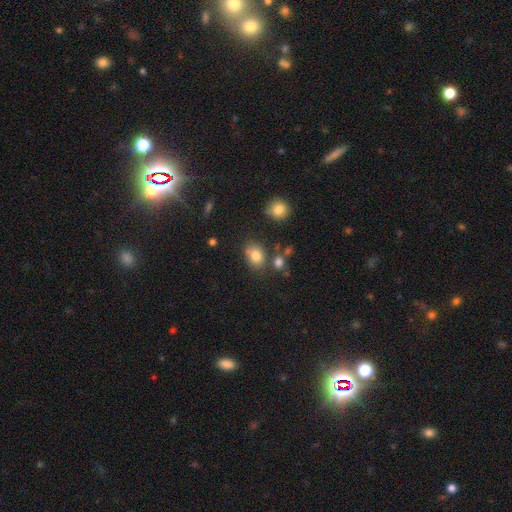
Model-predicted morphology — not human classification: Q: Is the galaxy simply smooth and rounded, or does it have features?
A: smooth — 80%.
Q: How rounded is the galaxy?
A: in between — 63%.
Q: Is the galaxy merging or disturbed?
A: none — 66%.